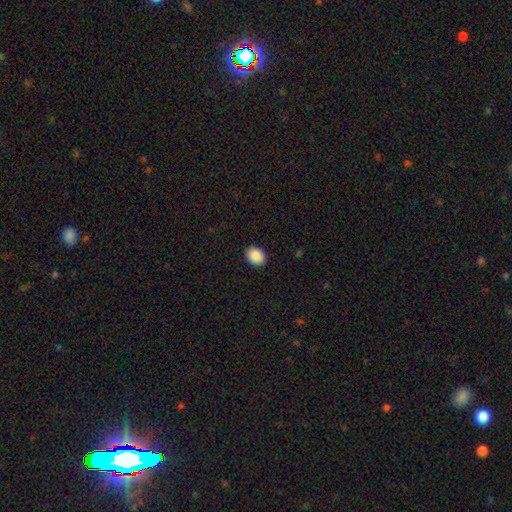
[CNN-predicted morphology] smooth-or-featured: smooth: 90% | star or artifact: 8% | featured or disk: 3%
  how-rounded: in between: 63% | round: 36% | cigar-shaped: 1%
  merging: none: 91% | minor disturbance: 7% | major disturbance: 2% | merger: 1%